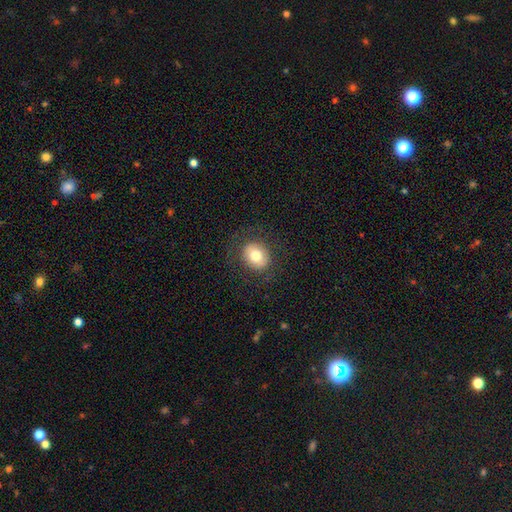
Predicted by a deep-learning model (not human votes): A smooth galaxy with no disk features (75%) that is round (67%). Merging: none (83%).